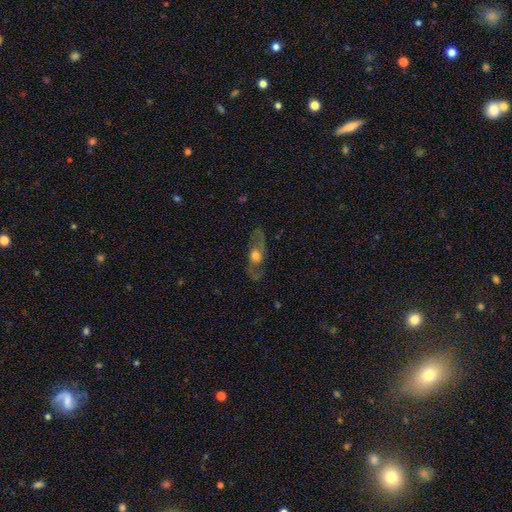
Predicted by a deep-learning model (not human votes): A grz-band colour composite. It shows a featured or disk galaxy (60%). Merging: none (73%).